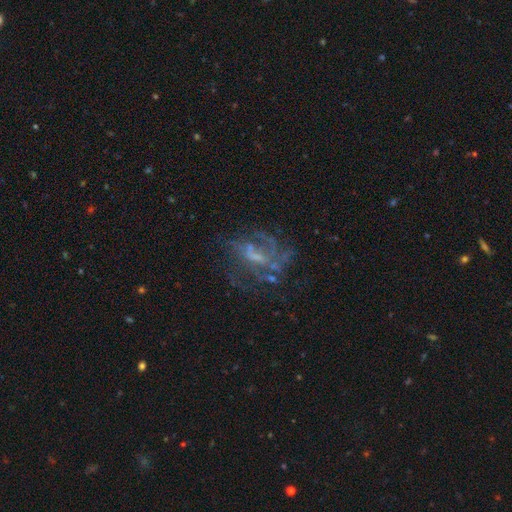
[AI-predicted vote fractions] Morphology: type=featured or disk (74%); edge-on=no (96%); bar=weak (44%); spiral arms=yes (67%); bulge=small (38%); merging=none (50%).